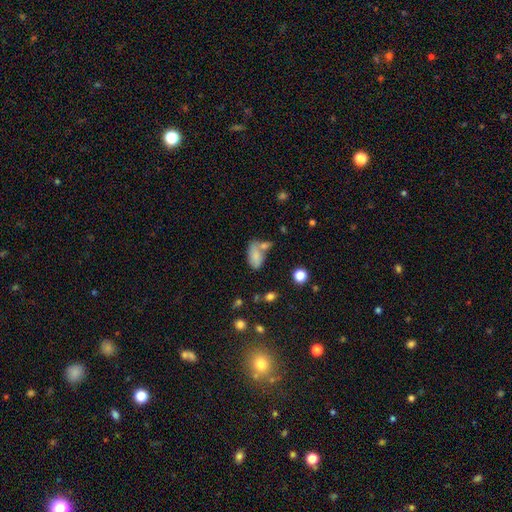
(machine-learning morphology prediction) Smooth or featured?
  - smooth: 80% *
  - featured or disk: 12%
  - star or artifact: 9%
How rounded?
  - in between: 90% *
  - cigar-shaped: 6%
  - round: 4%
Merging?
  - none: 45% *
  - merger: 31%
  - minor disturbance: 18%
  - major disturbance: 7%